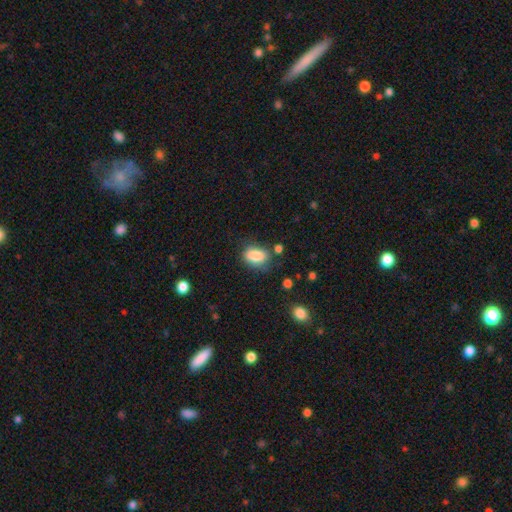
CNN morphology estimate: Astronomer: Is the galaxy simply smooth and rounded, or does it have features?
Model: smooth — 84%.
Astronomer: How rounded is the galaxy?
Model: in between — 84%.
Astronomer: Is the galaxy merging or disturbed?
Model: none — 65%.